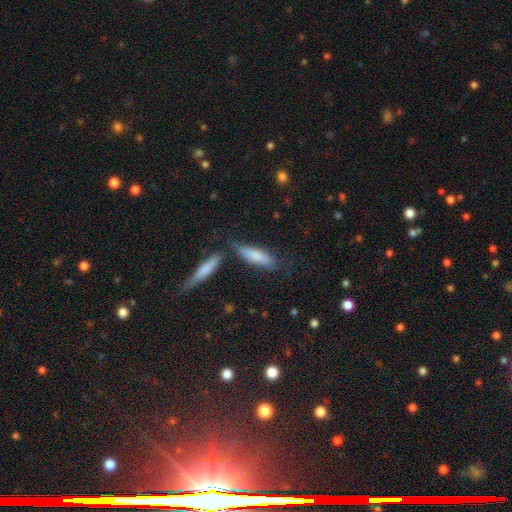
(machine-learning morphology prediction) Smooth or featured?
  - smooth: 76% *
  - featured or disk: 18%
  - star or artifact: 6%
How rounded?
  - cigar-shaped: 66% *
  - in between: 32%
  - round: 2%
Merging?
  - none: 64% *
  - minor disturbance: 17%
  - merger: 14%
  - major disturbance: 5%